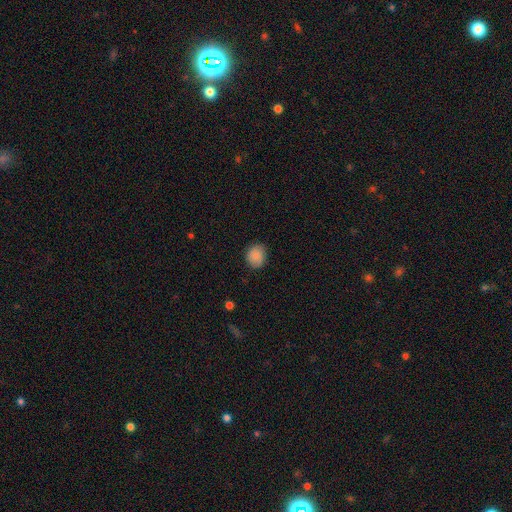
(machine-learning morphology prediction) Overall: smooth (87%). How rounded: round (70%). Merging: none (82%).